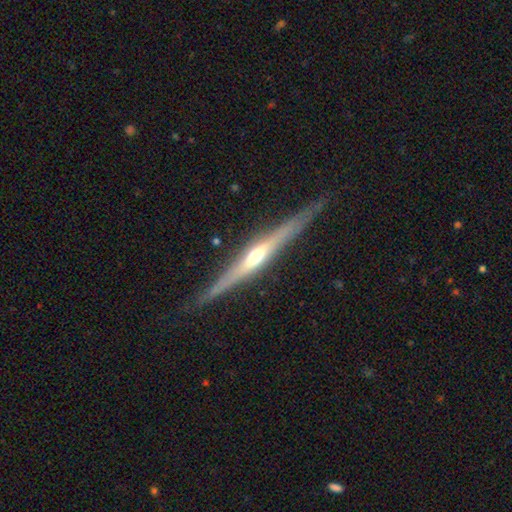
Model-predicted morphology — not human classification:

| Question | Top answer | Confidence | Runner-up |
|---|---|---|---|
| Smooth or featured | featured or disk | 79% | smooth (16%) |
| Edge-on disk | yes | 97% | no (3%) |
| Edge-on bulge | rounded | 82% | none (12%) |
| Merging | none | 85% | minor disturbance (11%) |